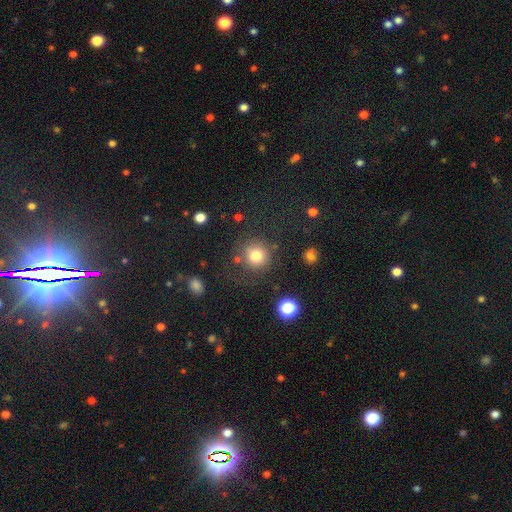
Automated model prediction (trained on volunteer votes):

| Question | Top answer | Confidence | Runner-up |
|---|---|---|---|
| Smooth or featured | smooth | 79% | star or artifact (13%) |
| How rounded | round | 91% | in between (8%) |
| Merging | none | 73% | minor disturbance (13%) |